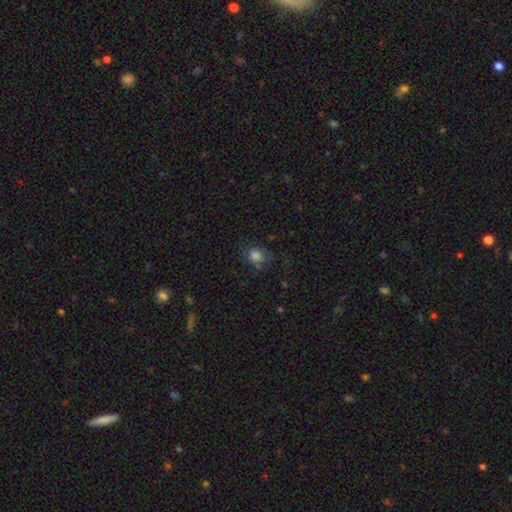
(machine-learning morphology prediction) type=smooth (78%); roundness=round (67%); merging=none (57%).